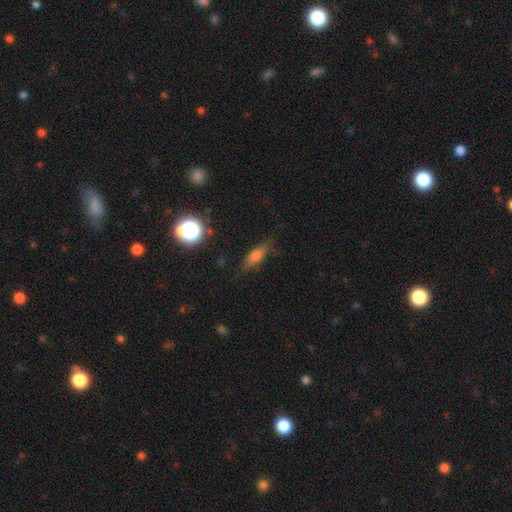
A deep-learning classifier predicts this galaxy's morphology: A smooth galaxy with no disk features (56%) that is cigar-shaped (47%).

Vote fractions:
- Smooth or featured? smooth: 56% / featured or disk: 31% / star or artifact: 13%
- How rounded? cigar-shaped: 47% / in between: 46% / round: 6%
- Merging? none: 76% / minor disturbance: 17% / major disturbance: 5% / merger: 2%